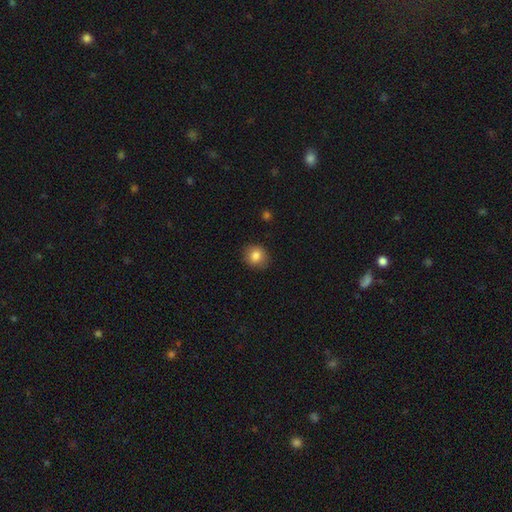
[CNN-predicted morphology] A smooth galaxy with no disk features (83%) that is round (82%).

Vote fractions:
- Smooth or featured? smooth: 83% / star or artifact: 10% / featured or disk: 7%
- How rounded? round: 82% / in between: 17% / cigar-shaped: 1%
- Merging? none: 88% / minor disturbance: 8% / major disturbance: 2% / merger: 1%